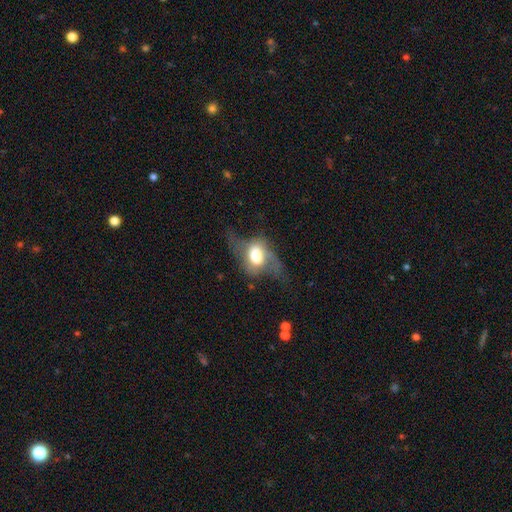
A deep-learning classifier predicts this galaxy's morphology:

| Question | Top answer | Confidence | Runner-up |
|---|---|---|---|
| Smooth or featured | featured or disk | 49% | smooth (42%) |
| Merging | major disturbance | 43% | none (30%) |